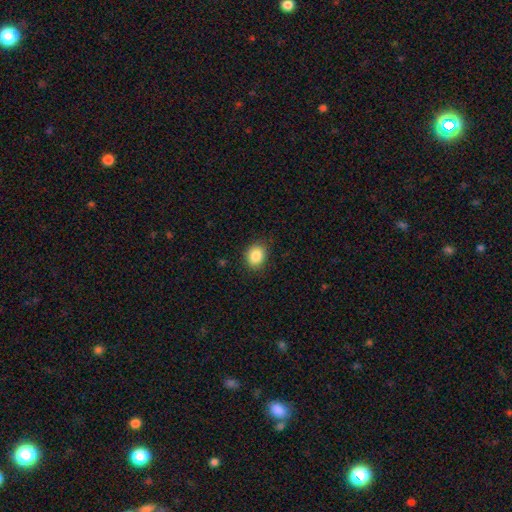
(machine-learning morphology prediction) The model was most divided on "how rounded": round: 54%, in between: 45%, cigar-shaped: 1%. More confident: smooth or featured — smooth (87%); merging — none (86%).